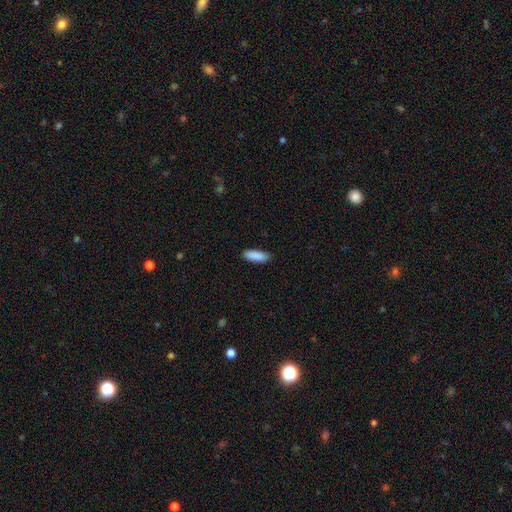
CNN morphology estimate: Smooth or featured? Predicted: smooth (p=0.90). How rounded? Predicted: in between (p=0.60). Merging? Predicted: none (p=0.84).